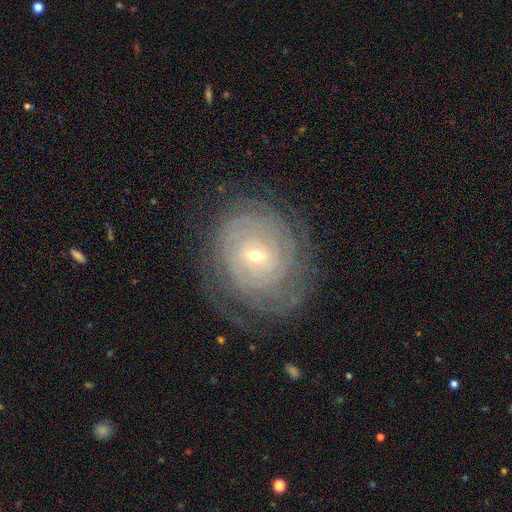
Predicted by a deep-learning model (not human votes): smooth-or-featured: featured or disk: 85% | smooth: 8% | star or artifact: 7%
  disk-edge-on: no: 97% | yes: 3%
    bar: no: 47% | weak: 39% | strong: 14%
    has-spiral-arms: yes: 96% | no: 4%
      spiral-winding: tight: 85% | medium: 12% | loose: 3%
      spiral-arm-count: can't tell: 39% | 4: 17% | more than 4: 13% | 3: 12% | 2: 12% | 1: 7%
    bulge-size: small: 68% | moderate: 29% | large: 1% | none: 1% | dominant: 1%
  merging: none: 78% | minor disturbance: 14% | major disturbance: 6% | merger: 1%